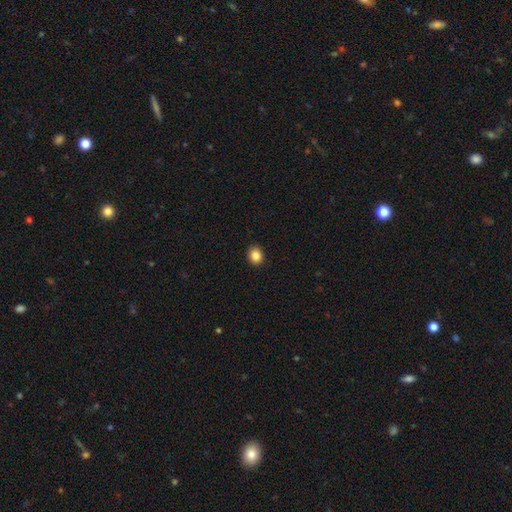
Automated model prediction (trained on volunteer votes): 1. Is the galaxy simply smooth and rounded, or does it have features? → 85% smooth, 10% star or artifact, 5% featured or disk.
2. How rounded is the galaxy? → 64% round, 35% in between, 1% cigar-shaped.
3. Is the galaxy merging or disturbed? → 91% none, 6% minor disturbance, 2% major disturbance, 1% merger.